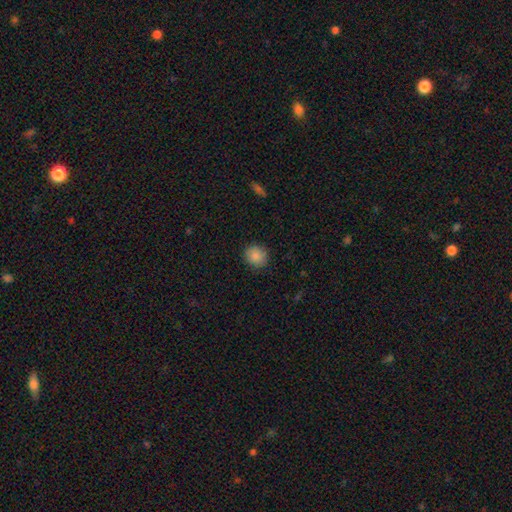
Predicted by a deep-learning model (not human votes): Smooth or featured?
  - smooth: 87% *
  - star or artifact: 9%
  - featured or disk: 4%
How rounded?
  - round: 85% *
  - in between: 15%
  - cigar-shaped: 1%
Merging?
  - none: 90% *
  - minor disturbance: 7%
  - major disturbance: 2%
  - merger: 1%